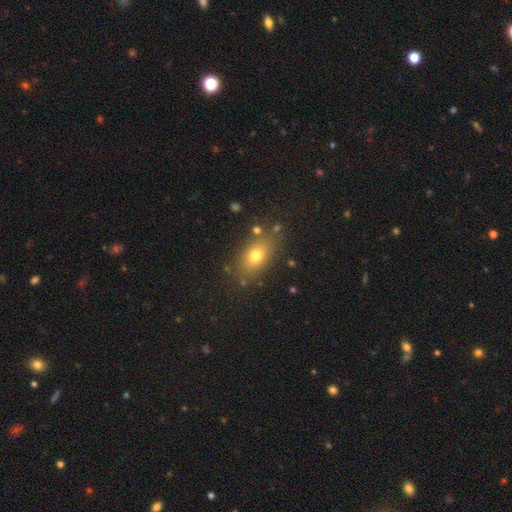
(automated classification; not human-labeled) A smooth galaxy with no disk features (73%) that is in between round and cigar-shaped (77%). Merging: none (79%).